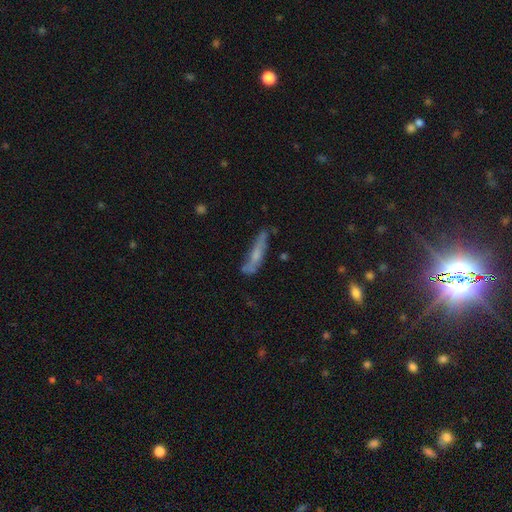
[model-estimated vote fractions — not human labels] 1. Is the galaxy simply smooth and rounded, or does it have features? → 55% smooth, 38% featured or disk, 8% star or artifact.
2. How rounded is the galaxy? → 84% cigar-shaped, 14% in between, 2% round.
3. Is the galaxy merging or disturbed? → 55% none, 27% minor disturbance, 11% major disturbance, 8% merger.